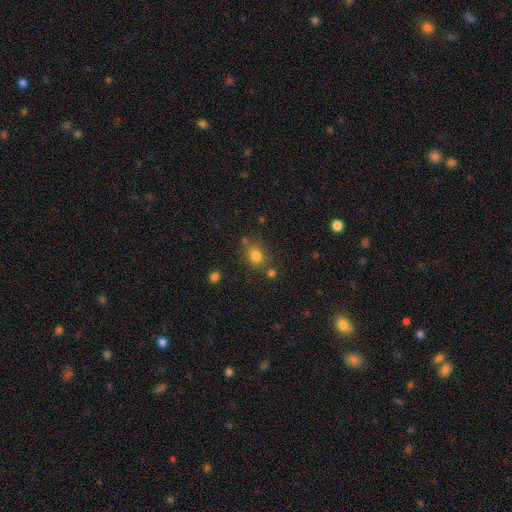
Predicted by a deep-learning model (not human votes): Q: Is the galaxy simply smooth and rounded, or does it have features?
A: smooth — 79%.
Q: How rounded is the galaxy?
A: in between — 54%.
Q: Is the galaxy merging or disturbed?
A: none — 73%.